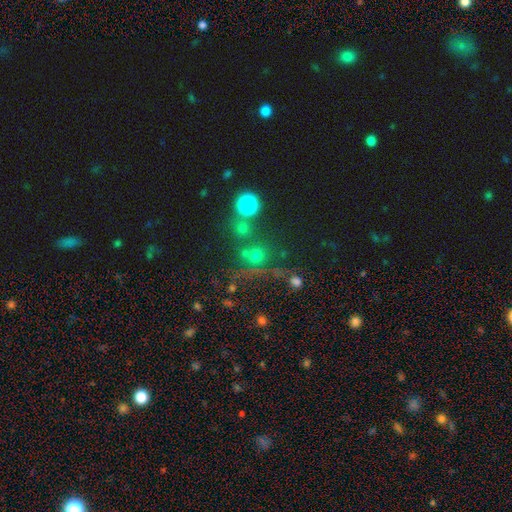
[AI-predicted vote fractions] Smooth or featured?
  - smooth: 56% *
  - star or artifact: 33%
  - featured or disk: 11%
How rounded?
  - round: 91% *
  - in between: 8%
  - cigar-shaped: 1%
Merging?
  - none: 67% *
  - merger: 19%
  - minor disturbance: 9%
  - major disturbance: 5%